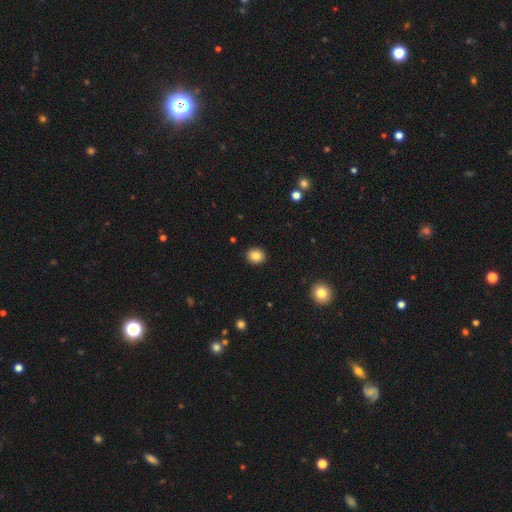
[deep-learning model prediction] The model was most divided on "how rounded": round: 71%, in between: 28%, cigar-shaped: 1%. More confident: merging — none (91%); smooth or featured — smooth (85%).